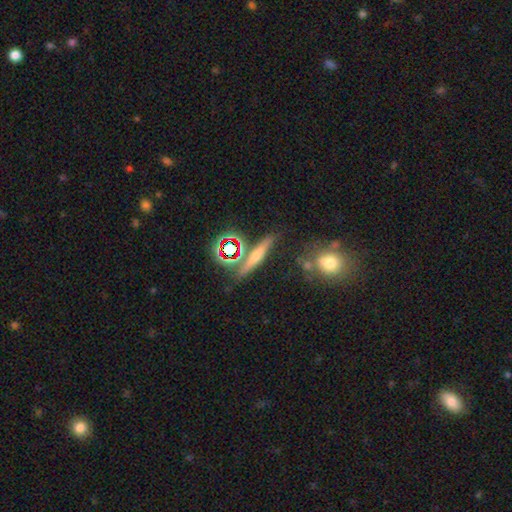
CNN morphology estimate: The model was most divided on "smooth or featured": smooth: 40%, featured or disk: 39%, star or artifact: 21%. More confident: merging — none (76%).